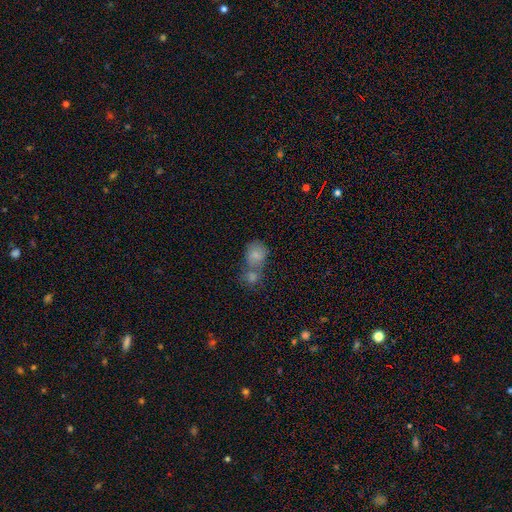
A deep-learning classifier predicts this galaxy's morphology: Smooth or featured? smooth (80%)
How rounded? round (55%)
Merging? merger (64%)